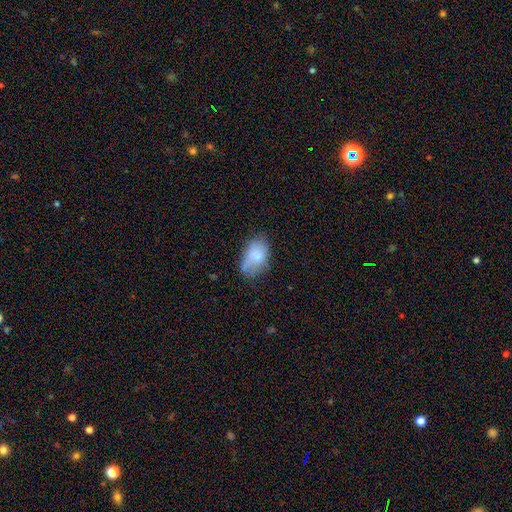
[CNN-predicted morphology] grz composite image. It shows a smooth galaxy with no disk features (71%) that is in between round and cigar-shaped (87%). Merging: none (46%).